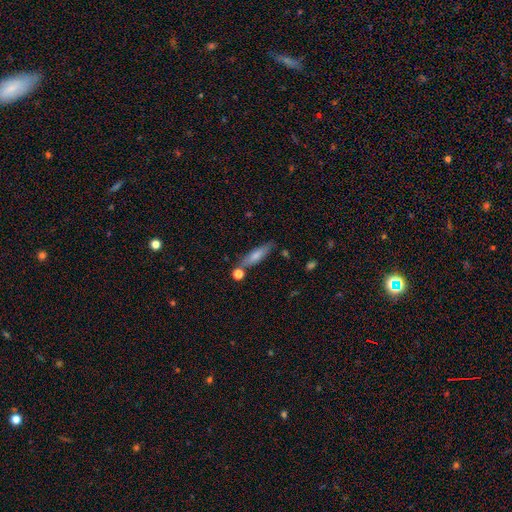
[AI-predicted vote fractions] Smooth or featured? smooth (69%)
How rounded? cigar-shaped (69%)
Merging? none (73%)